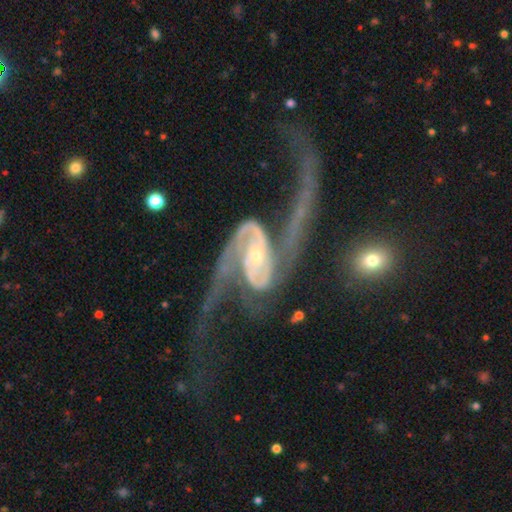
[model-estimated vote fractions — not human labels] Smooth or featured?
  - featured or disk: 93% *
  - star or artifact: 4%
  - smooth: 3%
Edge-on disk?
  - no: 96% *
  - yes: 4%
Bar?
  - no: 44% *
  - weak: 31%
  - strong: 25%
Spiral arms?
  - yes: 97% *
  - no: 3%
Spiral winding?
  - loose: 56% *
  - medium: 31%
  - tight: 12%
Spiral arm count?
  - 2: 92% *
  - can't tell: 2%
  - 1: 2%
  - 3: 2%
  - 4: 1%
  - more than 4: 1%
Bulge size?
  - small: 59% *
  - moderate: 35%
  - large: 2%
  - none: 1%
  - dominant: 1%
Merging?
  - major disturbance: 44% *
  - none: 34%
  - minor disturbance: 14%
  - merger: 8%